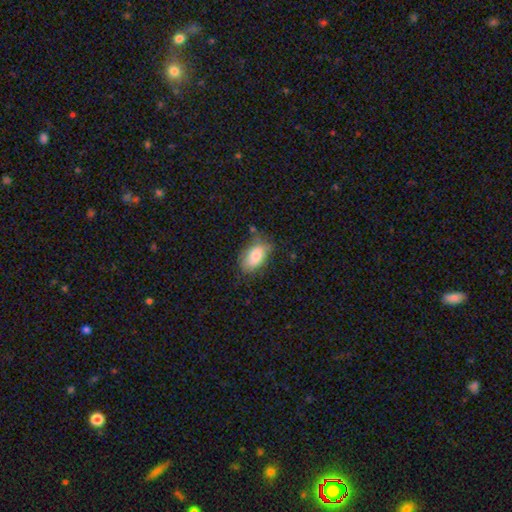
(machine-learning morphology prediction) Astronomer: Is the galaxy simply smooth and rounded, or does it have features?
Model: smooth — 79%.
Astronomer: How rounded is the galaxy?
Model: in between — 92%.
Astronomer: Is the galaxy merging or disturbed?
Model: none — 64%.